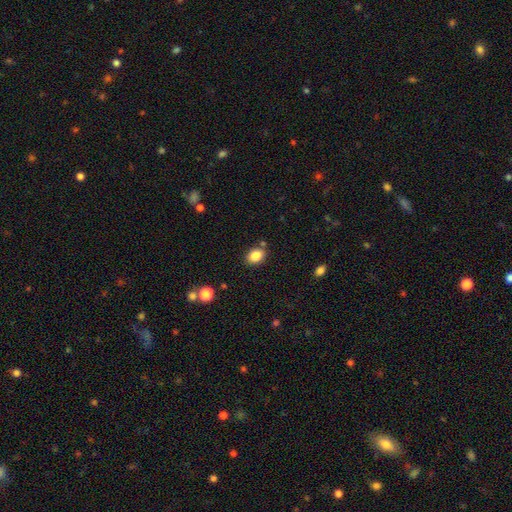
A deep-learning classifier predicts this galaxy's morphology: The model was most divided on "how rounded": in between: 70%, round: 29%, cigar-shaped: 1%. More confident: smooth or featured — smooth (85%); merging — none (80%).